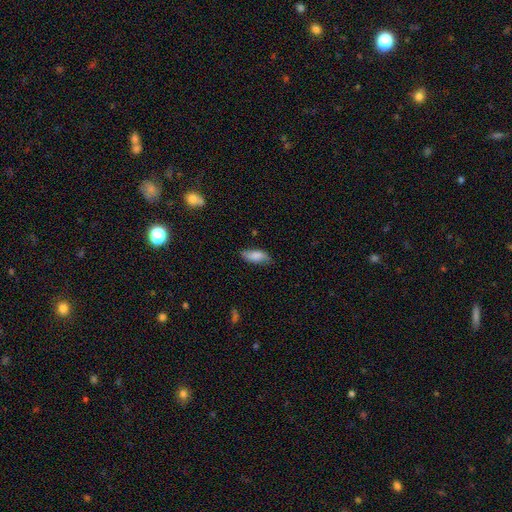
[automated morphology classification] Smooth or featured? Predicted: smooth (p=0.80). How rounded? Predicted: in between (p=0.81). Merging? Predicted: none (p=0.73).